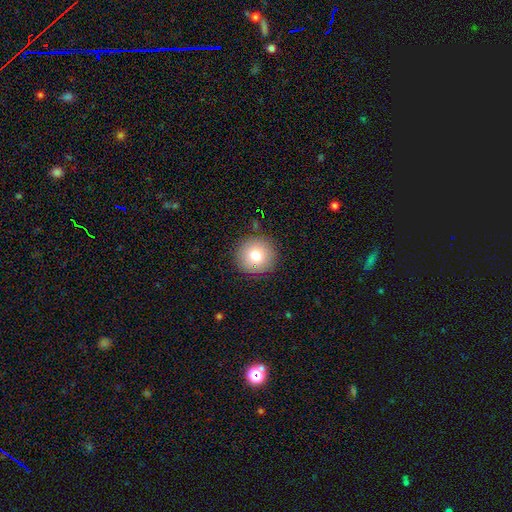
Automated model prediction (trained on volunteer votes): smooth 78%, featured or disk 12%, star or artifact 11%. Down the decision tree: how rounded — round (95%); merging — none (89%).